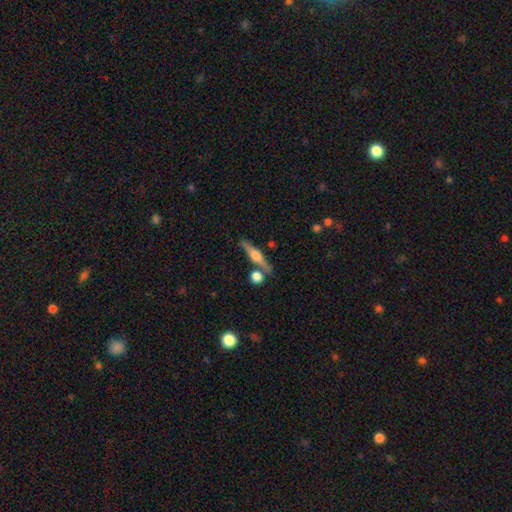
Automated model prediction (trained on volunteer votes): This appears to be a featured or disk galaxy (71%) viewed edge-on (97%) with a rounded central bulge (91%). Merging: none (79%).